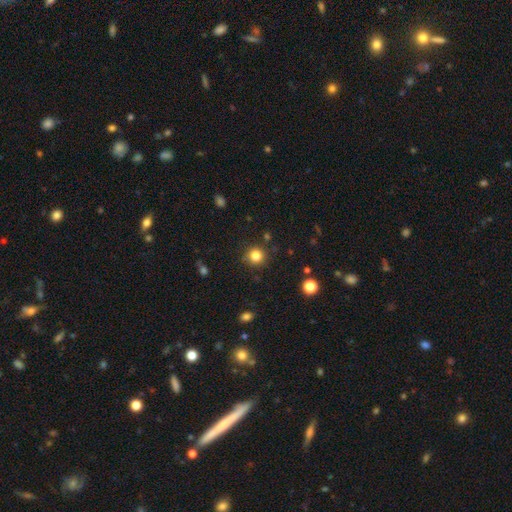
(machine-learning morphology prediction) A smooth galaxy with no disk features (83%) that is round (92%). Merging: none (88%).